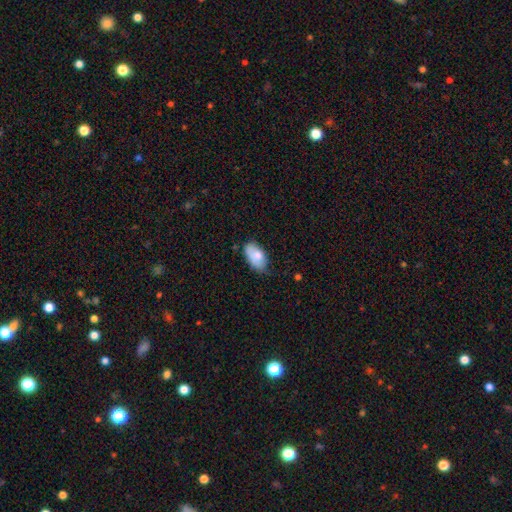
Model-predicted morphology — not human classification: A smooth galaxy with no disk features (78%) that is in between round and cigar-shaped (94%).

Vote fractions:
- Smooth or featured? smooth: 78% / featured or disk: 15% / star or artifact: 7%
- How rounded? in between: 94% / round: 4% / cigar-shaped: 2%
- Merging? none: 54% / minor disturbance: 36% / major disturbance: 7% / merger: 2%